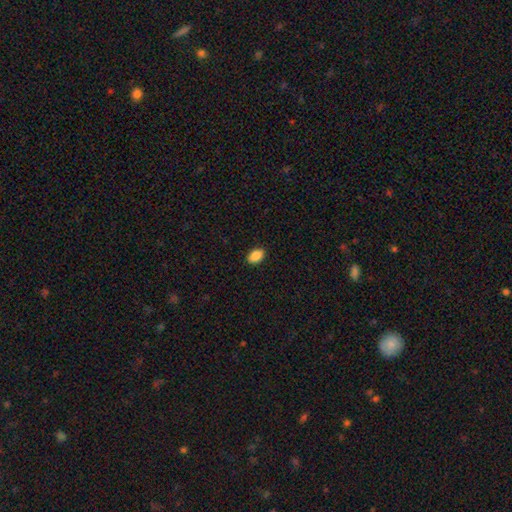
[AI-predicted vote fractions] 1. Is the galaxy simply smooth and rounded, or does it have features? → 89% smooth, 8% star or artifact, 3% featured or disk.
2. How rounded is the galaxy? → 88% in between, 10% round, 1% cigar-shaped.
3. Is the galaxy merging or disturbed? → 90% none, 7% minor disturbance, 2% major disturbance, 1% merger.